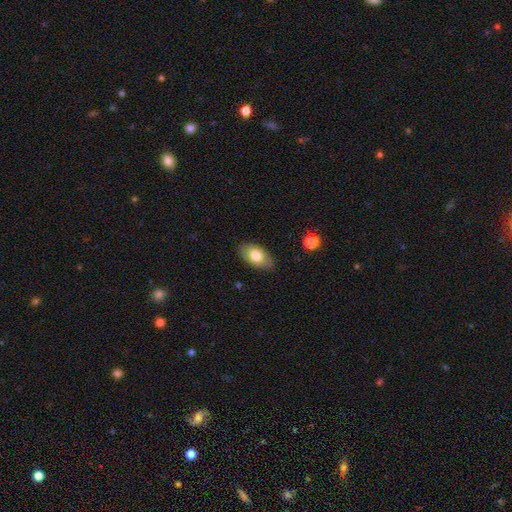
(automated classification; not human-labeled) Smooth or featured: smooth — 77% (featured or disk — 17%)
How rounded: in between — 93% (round — 5%)
Merging: none — 86% (minor disturbance — 11%)